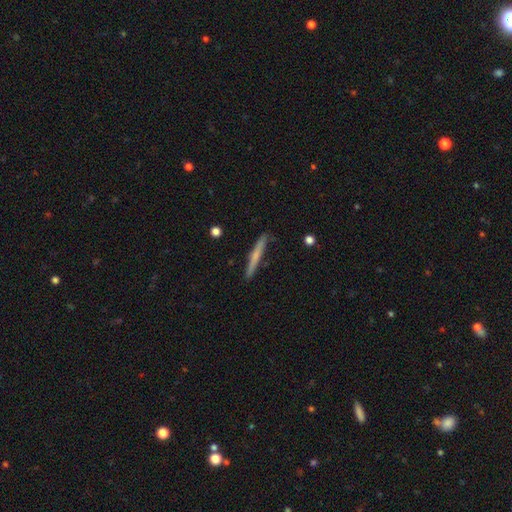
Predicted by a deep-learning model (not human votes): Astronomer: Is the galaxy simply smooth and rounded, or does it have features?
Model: smooth — 51% (runner-up: featured or disk, 43%).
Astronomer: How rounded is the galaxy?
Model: cigar-shaped — 96%.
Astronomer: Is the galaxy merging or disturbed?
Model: none — 87%.